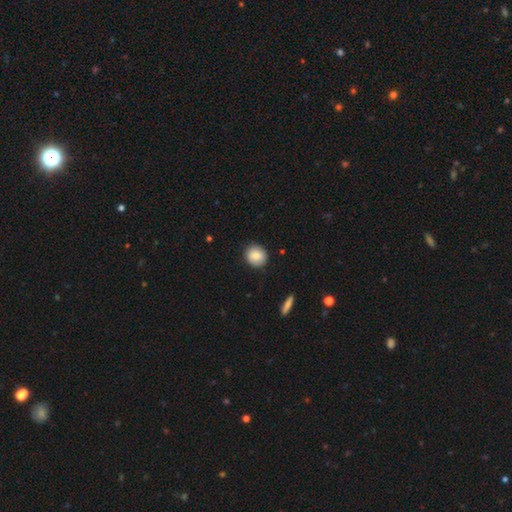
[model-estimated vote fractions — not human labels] Smooth or featured?
  - smooth: 85% *
  - featured or disk: 8%
  - star or artifact: 8%
How rounded?
  - round: 85% *
  - in between: 14%
  - cigar-shaped: 1%
Merging?
  - none: 88% *
  - minor disturbance: 9%
  - major disturbance: 2%
  - merger: 1%